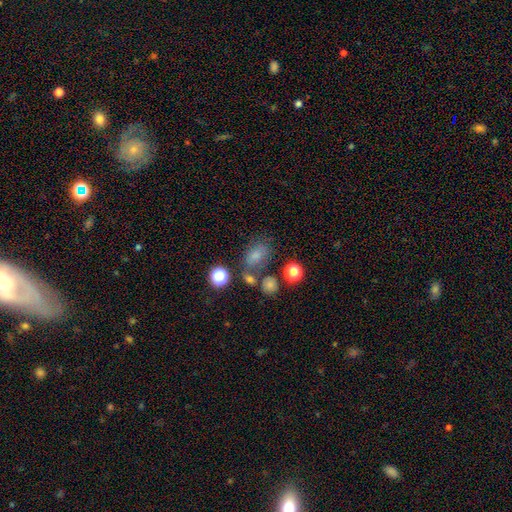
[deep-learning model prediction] The model was most divided on "merging": none: 54%, merger: 18%, minor disturbance: 18%, major disturbance: 10%. More confident: how rounded — in between (74%); smooth or featured — smooth (71%).